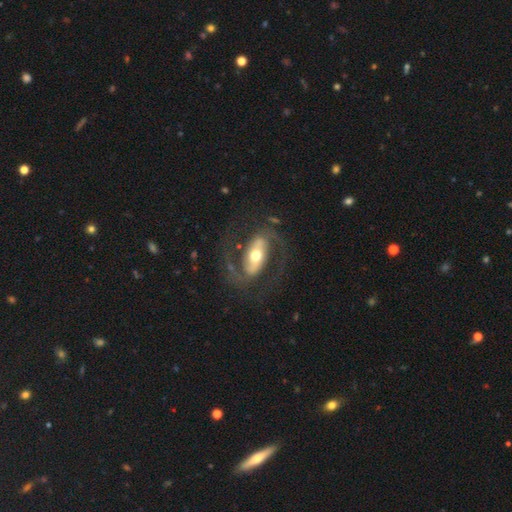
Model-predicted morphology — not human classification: smooth-or-featured: featured or disk: 82% | smooth: 13% | star or artifact: 5%
  disk-edge-on: no: 94% | yes: 6%
    bar: strong: 52% | weak: 27% | no: 22%
    has-spiral-arms: yes: 90% | no: 10%
      spiral-winding: medium: 52% | loose: 30% | tight: 18%
      spiral-arm-count: 2: 90% | can't tell: 4% | 1: 3% | 3: 1% | 4: 1% | more than 4: 1%
    bulge-size: moderate: 66% | small: 17% | large: 14% | dominant: 2% | none: 1%
  merging: none: 71% | major disturbance: 14% | minor disturbance: 13% | merger: 2%